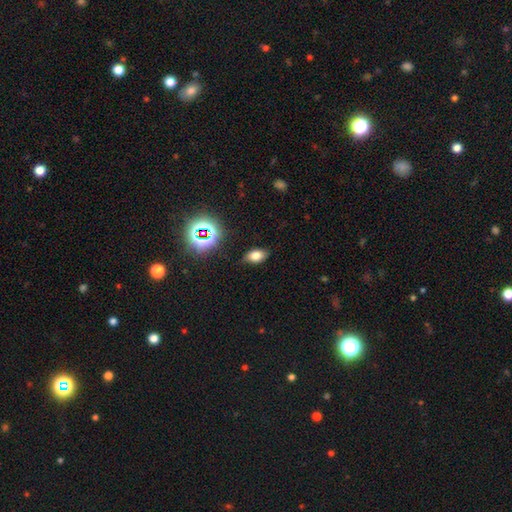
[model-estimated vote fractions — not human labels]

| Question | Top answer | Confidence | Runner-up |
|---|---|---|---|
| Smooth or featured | smooth | 71% | star or artifact (17%) |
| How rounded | in between | 87% | round (11%) |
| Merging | none | 82% | minor disturbance (14%) |